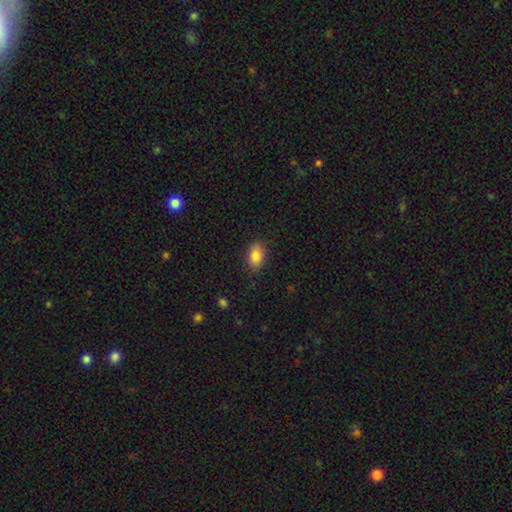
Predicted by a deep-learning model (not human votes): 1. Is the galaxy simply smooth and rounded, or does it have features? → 85% smooth, 8% star or artifact, 7% featured or disk.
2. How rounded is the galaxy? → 88% in between, 9% round, 3% cigar-shaped.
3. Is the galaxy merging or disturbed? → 85% none, 11% minor disturbance, 3% major disturbance, 1% merger.